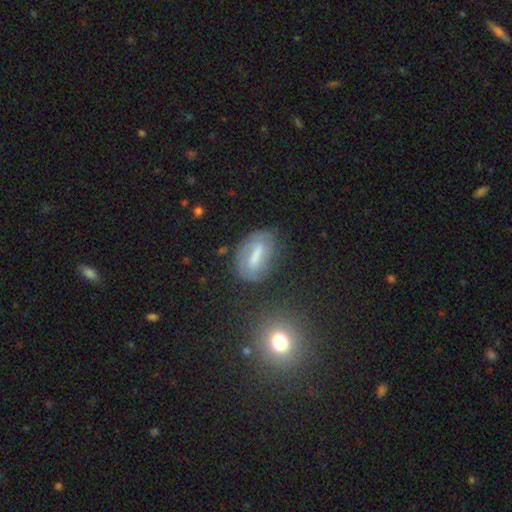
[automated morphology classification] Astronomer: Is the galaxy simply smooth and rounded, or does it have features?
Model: featured or disk — 45% (runner-up: smooth, 44%).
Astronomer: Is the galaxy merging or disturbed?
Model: none — 63%.